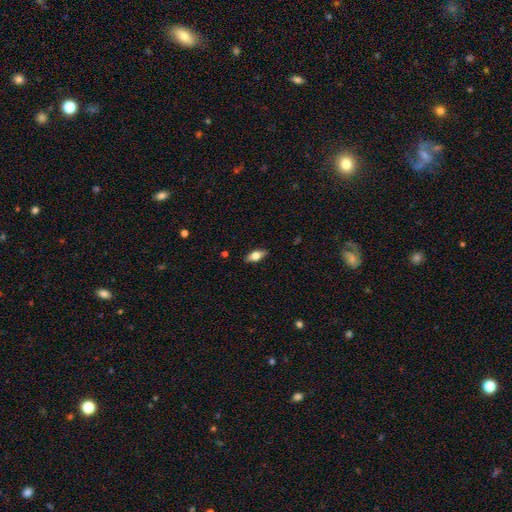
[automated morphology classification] type=smooth (64%); roundness=in between (81%); merging=none (88%).